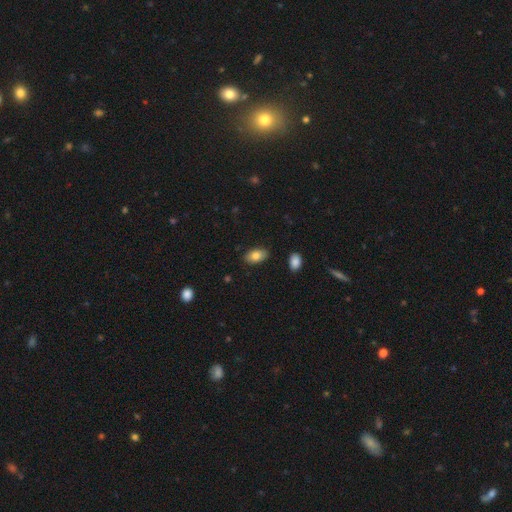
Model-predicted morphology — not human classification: Smooth or featured?
  - smooth: 82% *
  - featured or disk: 10%
  - star or artifact: 7%
How rounded?
  - in between: 92% *
  - round: 6%
  - cigar-shaped: 2%
Merging?
  - none: 86% *
  - minor disturbance: 10%
  - major disturbance: 2%
  - merger: 2%